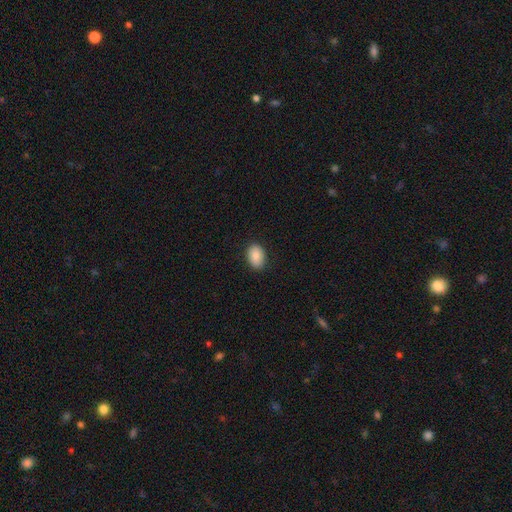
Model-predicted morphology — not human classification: smooth_or_featured: smooth (p=0.86) [alt: featured or disk p=0.07]
how_rounded: in between (p=0.82) [alt: round p=0.17]
merging: none (p=0.88) [alt: minor disturbance p=0.09]